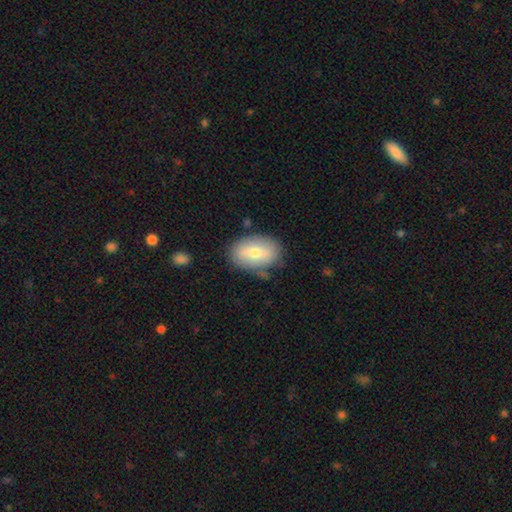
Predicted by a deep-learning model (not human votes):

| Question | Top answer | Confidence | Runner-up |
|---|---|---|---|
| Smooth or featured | smooth | 64% | featured or disk (29%) |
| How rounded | in between | 86% | round (13%) |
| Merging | none | 79% | minor disturbance (14%) |